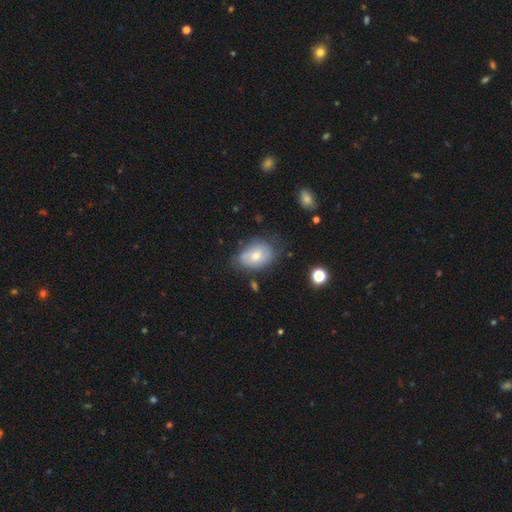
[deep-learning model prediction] This appears to be a smooth galaxy with no disk features (57%) that is in between round and cigar-shaped (79%). Merging: none (58%).